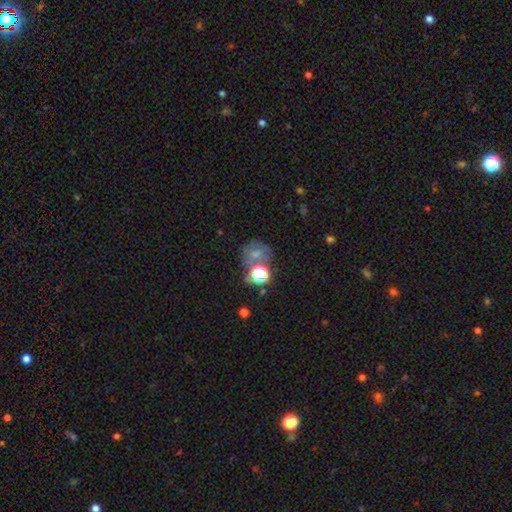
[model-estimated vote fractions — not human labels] Smooth or featured: smooth — 50% (star or artifact — 29%)
Merging: none — 47% (merger — 26%)